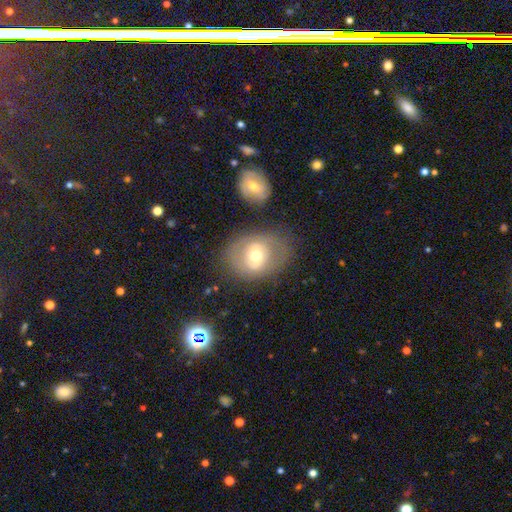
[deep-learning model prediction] smooth_or_featured: smooth (p=0.48) [alt: featured or disk p=0.43]
merging: none (p=0.65) [alt: minor disturbance p=0.18]